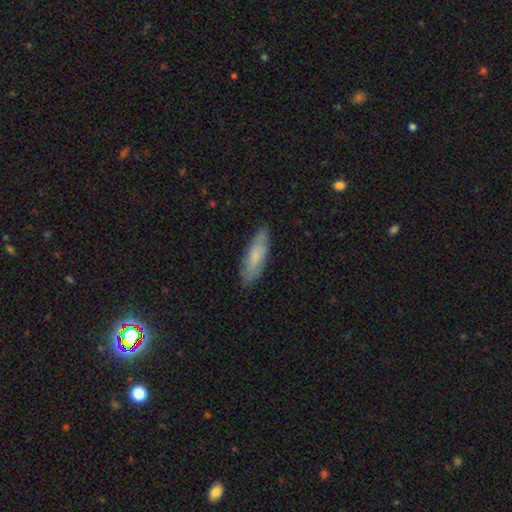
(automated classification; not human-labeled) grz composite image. It shows a smooth galaxy with no disk features (73%) that is cigar-shaped (58%). Merging: none (85%).